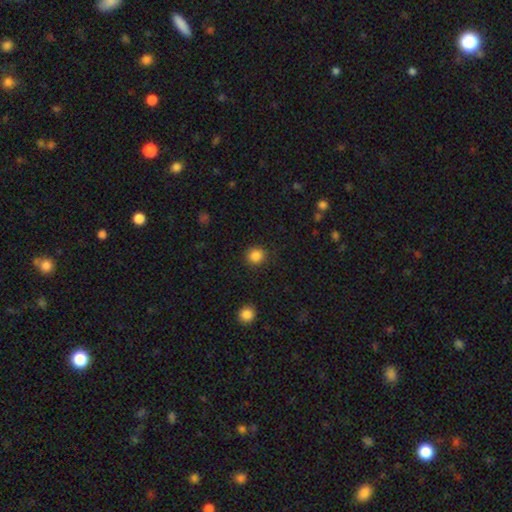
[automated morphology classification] Smooth or featured? Predicted: smooth (p=0.86). How rounded? Predicted: round (p=0.89). Merging? Predicted: none (p=0.90).